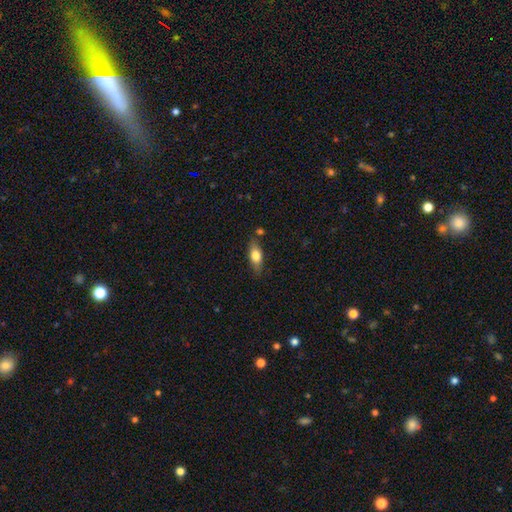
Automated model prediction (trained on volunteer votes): Smooth or featured?
  - smooth: 70% *
  - featured or disk: 23%
  - star or artifact: 7%
How rounded?
  - in between: 76% *
  - cigar-shaped: 20%
  - round: 4%
Merging?
  - none: 75% *
  - minor disturbance: 17%
  - merger: 5%
  - major disturbance: 4%